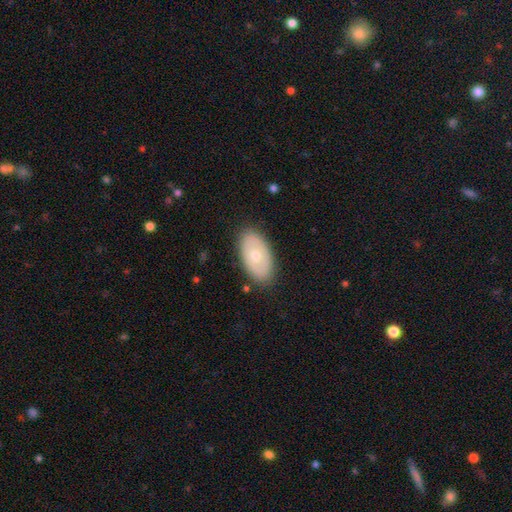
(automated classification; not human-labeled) This is possibly a smooth galaxy (54%). How rounded: clearly in between (92%). Merging: clearly none (85%).